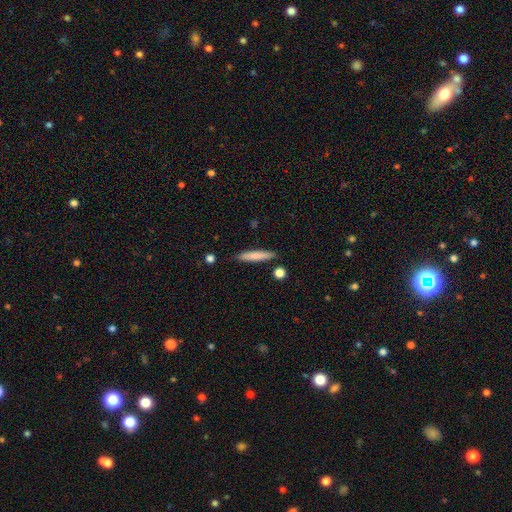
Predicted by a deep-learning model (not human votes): Q: Smooth or featured?
A: smooth (75%); runner-up: featured or disk (19%)
Q: How rounded?
A: cigar-shaped (91%); runner-up: in between (8%)
Q: Merging?
A: none (86%); runner-up: minor disturbance (10%)